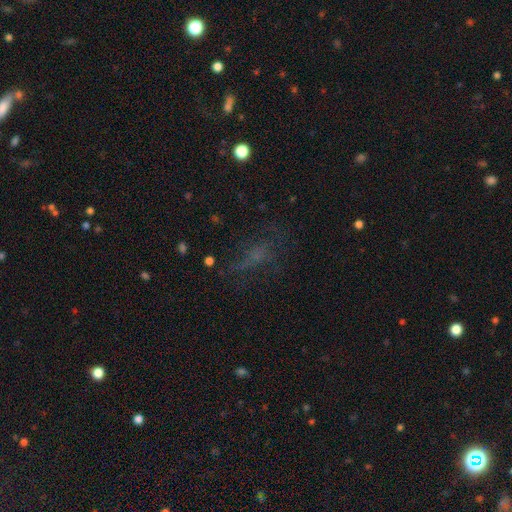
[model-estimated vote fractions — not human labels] The model was most divided on "smooth or featured": smooth: 38%, star or artifact: 33%, featured or disk: 29%. Remaining: merging — none (48%).